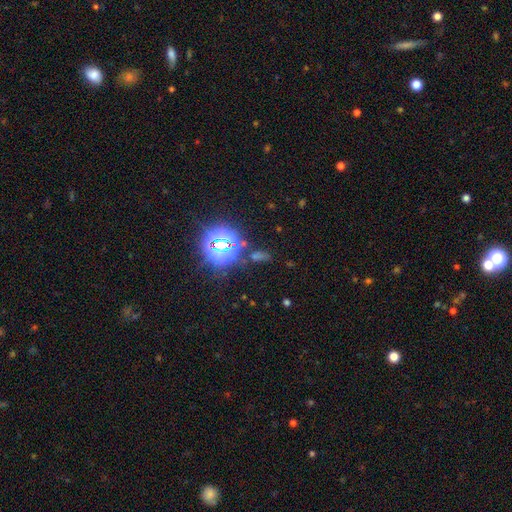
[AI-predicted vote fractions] smooth_or_featured: star or artifact (p=0.71) [alt: smooth p=0.20]